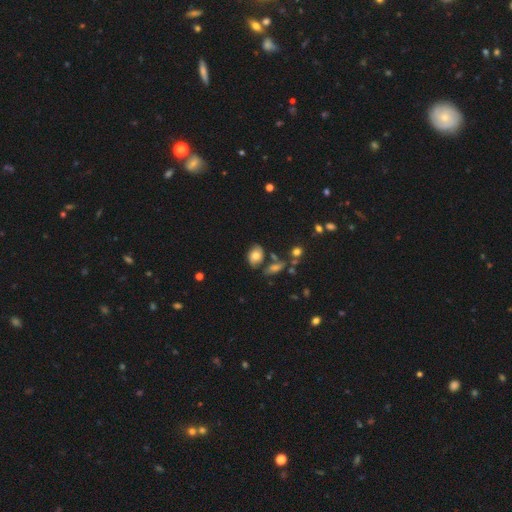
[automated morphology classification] Smooth or featured: smooth — 67% (featured or disk — 22%)
How rounded: in between — 76% (round — 23%)
Merging: none — 63% (minor disturbance — 20%)